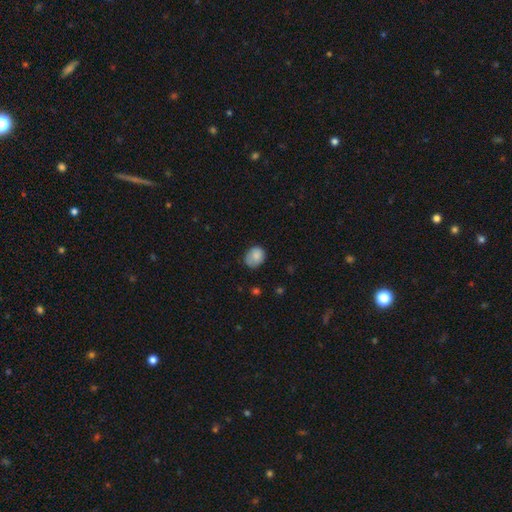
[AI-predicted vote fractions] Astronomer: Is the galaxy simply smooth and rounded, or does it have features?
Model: smooth — 82%.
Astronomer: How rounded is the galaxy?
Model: in between — 50% (runner-up: round, 49%).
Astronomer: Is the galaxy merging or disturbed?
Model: none — 62%.